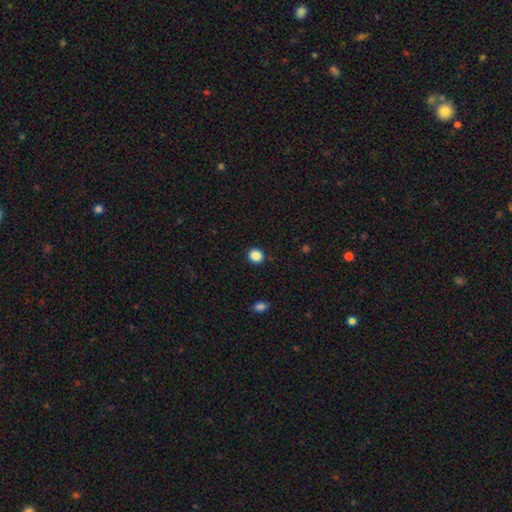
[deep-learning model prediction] Overall: smooth (87%). How rounded: round (75%). Merging: none (90%).